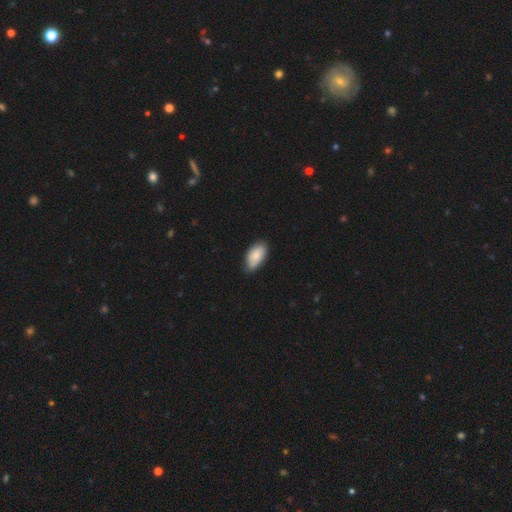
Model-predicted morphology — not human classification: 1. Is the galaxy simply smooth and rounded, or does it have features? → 79% smooth, 15% featured or disk, 6% star or artifact.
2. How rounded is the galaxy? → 95% in between, 3% cigar-shaped, 3% round.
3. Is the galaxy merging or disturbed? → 71% none, 25% minor disturbance, 3% major disturbance, 1% merger.